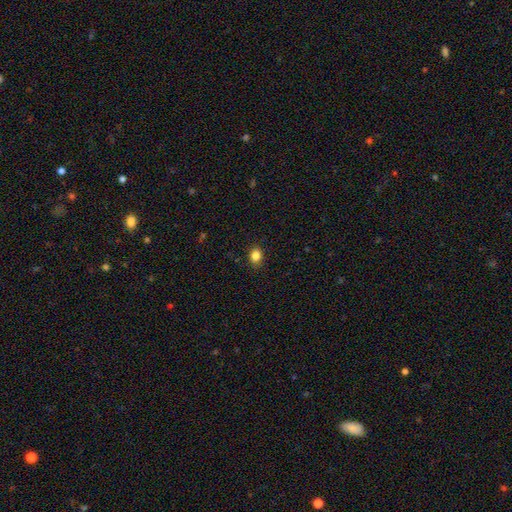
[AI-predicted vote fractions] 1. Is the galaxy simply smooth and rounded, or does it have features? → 84% smooth, 11% star or artifact, 5% featured or disk.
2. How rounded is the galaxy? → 50% in between, 49% round, 1% cigar-shaped.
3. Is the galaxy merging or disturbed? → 88% none, 9% minor disturbance, 2% major disturbance, 1% merger.